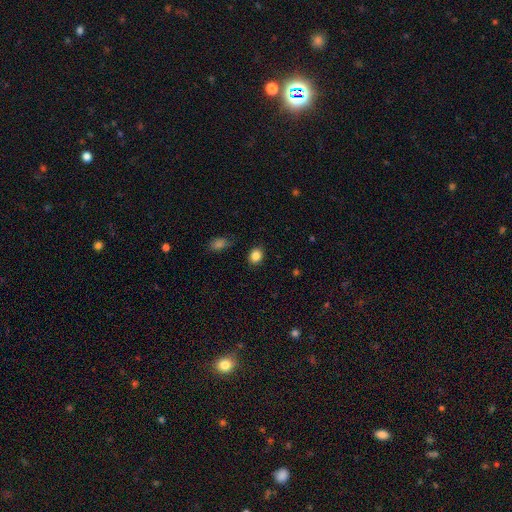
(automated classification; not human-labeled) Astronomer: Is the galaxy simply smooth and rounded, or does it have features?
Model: smooth — 86%.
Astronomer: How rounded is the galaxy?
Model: round — 55% (runner-up: in between, 44%).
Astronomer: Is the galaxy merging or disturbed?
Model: none — 87%.